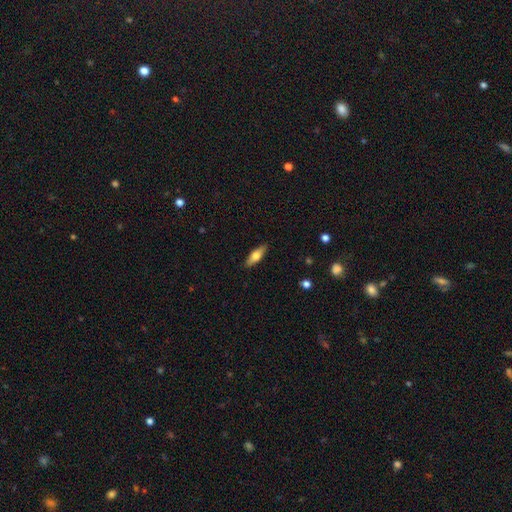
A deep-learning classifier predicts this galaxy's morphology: Overall: smooth (57%; featured or disk 37%). How rounded: in between (51%; cigar-shaped 47%). Merging: none (89%).